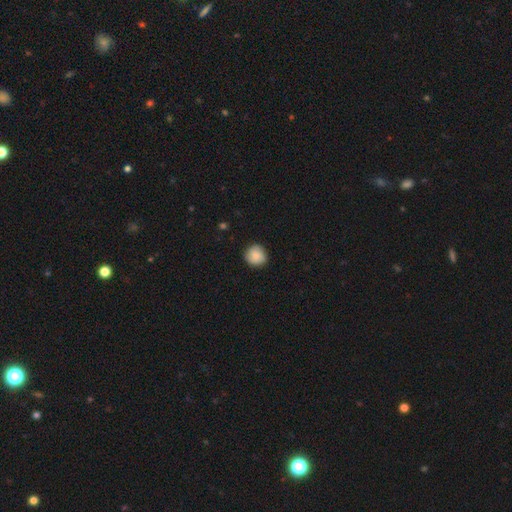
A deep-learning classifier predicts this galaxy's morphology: Overall: smooth (82%). How rounded: round (92%). Merging: none (87%).